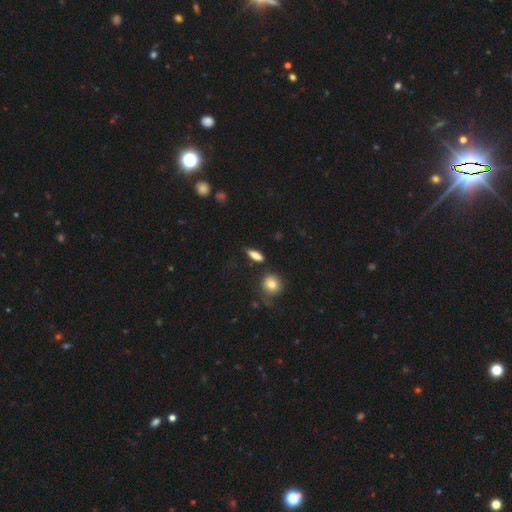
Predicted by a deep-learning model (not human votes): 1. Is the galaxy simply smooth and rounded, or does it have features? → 78% smooth, 14% featured or disk, 8% star or artifact.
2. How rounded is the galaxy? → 52% in between, 40% cigar-shaped, 8% round.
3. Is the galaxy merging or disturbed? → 78% none, 14% minor disturbance, 4% merger, 4% major disturbance.